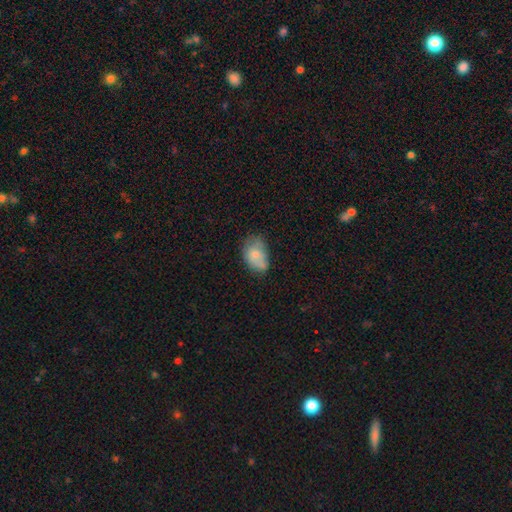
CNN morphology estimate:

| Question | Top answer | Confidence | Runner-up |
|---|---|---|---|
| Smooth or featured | smooth | 73% | featured or disk (19%) |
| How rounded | in between | 86% | round (13%) |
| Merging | none | 48% | minor disturbance (35%) |